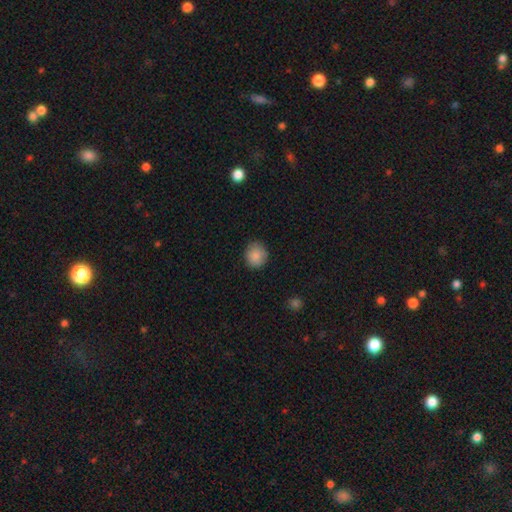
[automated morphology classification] This appears to be a smooth galaxy with no disk features (87%) that is round (85%). Merging: none (86%).